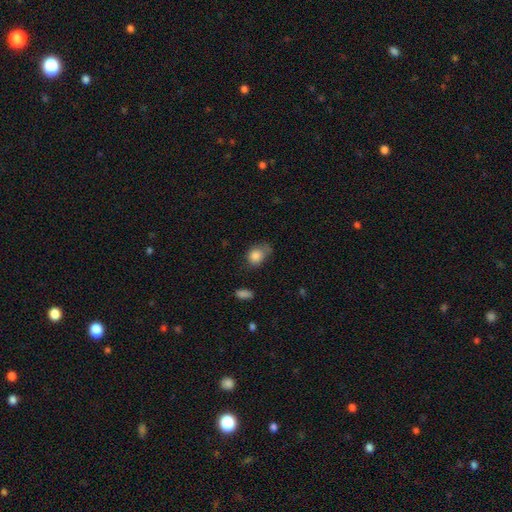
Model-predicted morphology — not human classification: A smooth galaxy with no disk features (83%) that is in between round and cigar-shaped (59%).

Vote fractions:
- Smooth or featured? smooth: 83% / star or artifact: 9% / featured or disk: 8%
- How rounded? in between: 59% / round: 40% / cigar-shaped: 1%
- Merging? none: 41% / minor disturbance: 38% / major disturbance: 17% / merger: 4%